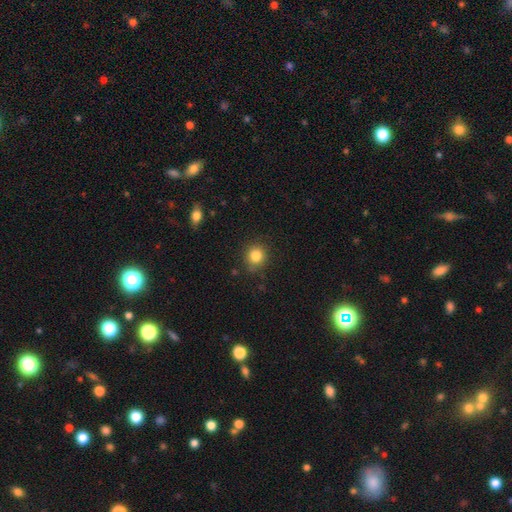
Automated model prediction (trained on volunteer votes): Morphology: type=smooth (83%); roundness=round (85%); merging=none (83%).